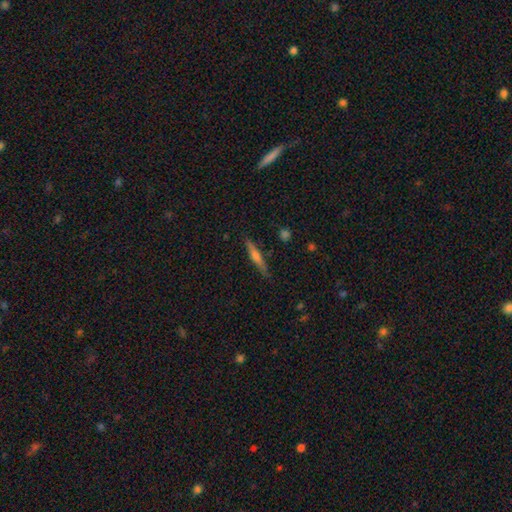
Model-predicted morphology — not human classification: A featured or disk galaxy (51%) viewed edge-on (96%). Merging: none (85%).